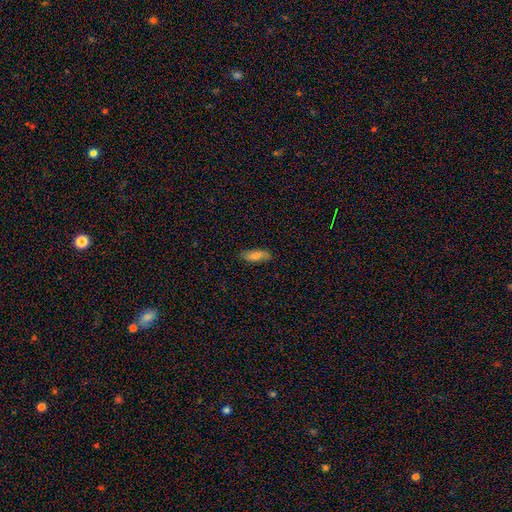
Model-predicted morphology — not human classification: Overall: smooth (70%). How rounded: in between (65%; cigar-shaped 33%). Merging: none (79%).